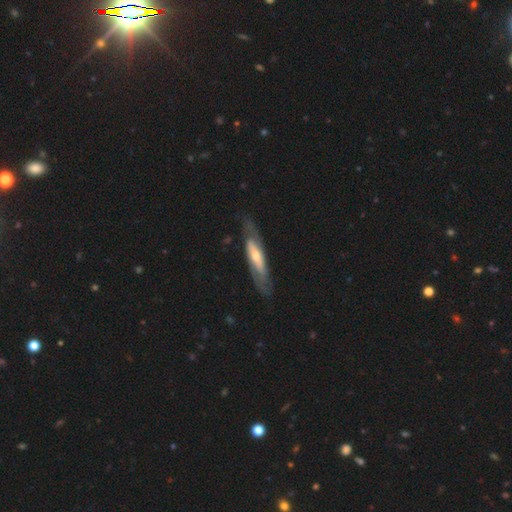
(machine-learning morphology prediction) Smooth or featured? featured or disk (68%)
Edge-on disk? no (57%)
Merging? none (75%)